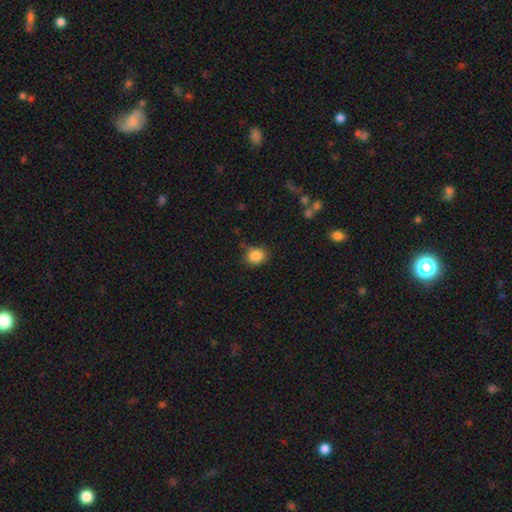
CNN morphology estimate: Smooth or featured? smooth (86%)
How rounded? round (58%)
Merging? none (78%)